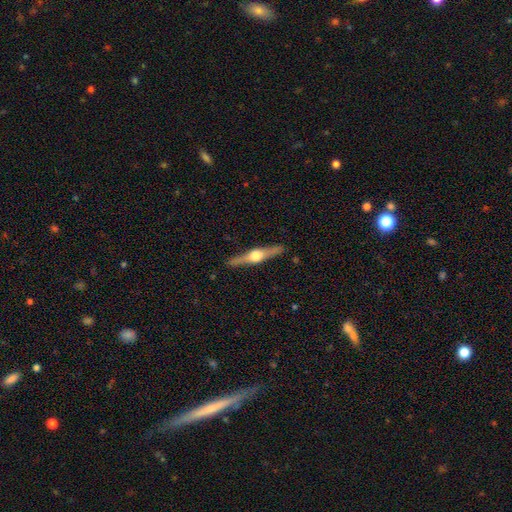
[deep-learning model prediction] This is likely a featured or disk galaxy (80%). It is clearly viewed edge-on (98%). Edge-on bulge: clearly rounded (95%). Merging: clearly none (91%).